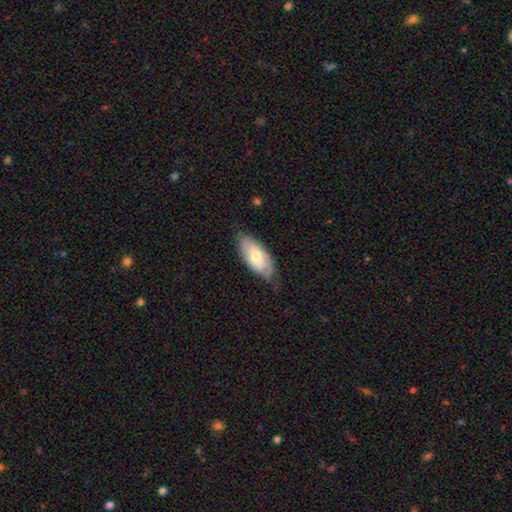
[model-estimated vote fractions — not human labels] Overall: smooth (56%; featured or disk 39%). How rounded: in between (89%). Merging: none (65%; minor disturbance 28%).